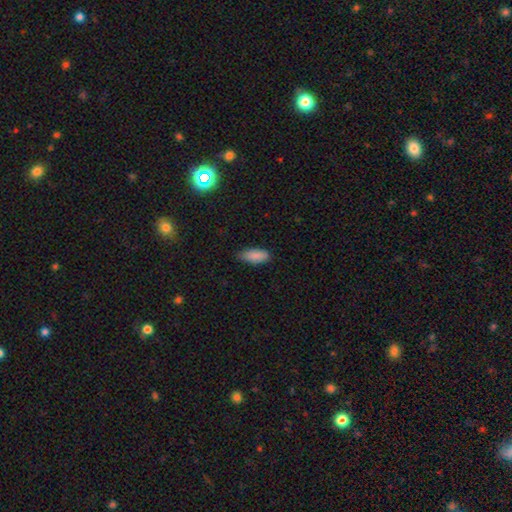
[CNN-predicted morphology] Smooth or featured? Predicted: smooth (p=0.87). How rounded? Predicted: in between (p=0.85). Merging? Predicted: none (p=0.72).